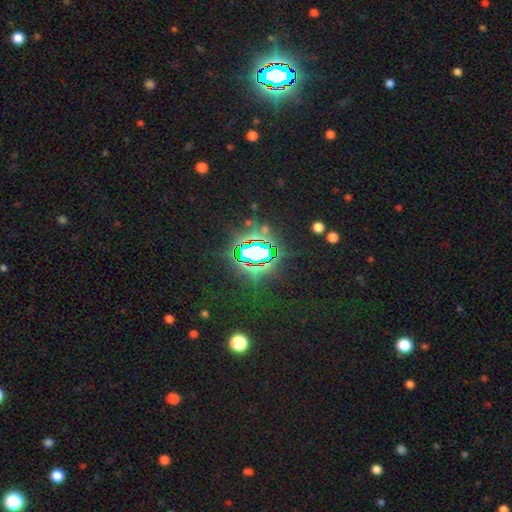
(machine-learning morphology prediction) This appears to be a star or artifact, not a galaxy (82%).